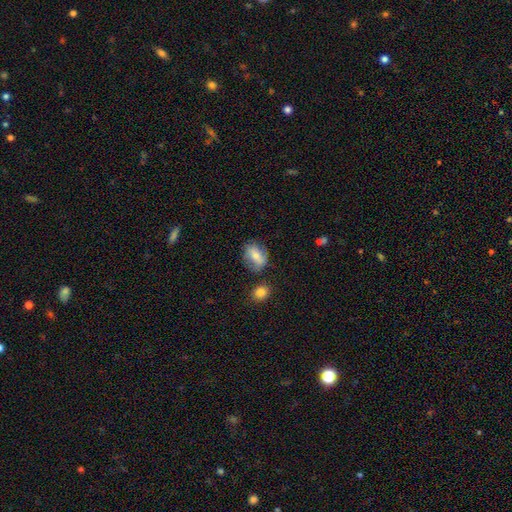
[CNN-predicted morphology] This is possibly a smooth galaxy (52%). How rounded: likely in between (64%). Merging: likely none (70%).